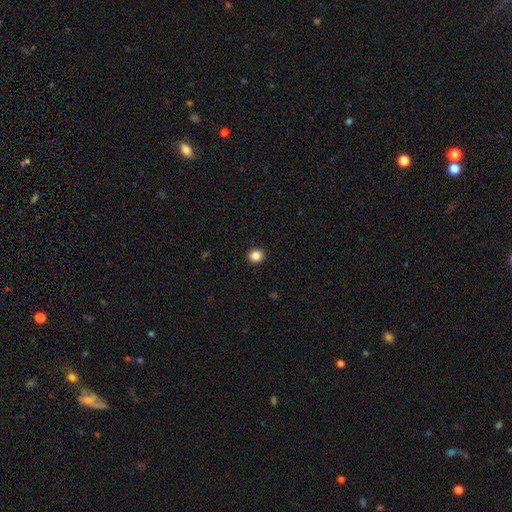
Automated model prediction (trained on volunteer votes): A smooth galaxy with no disk features (85%) that is round (87%). Merging: none (93%).